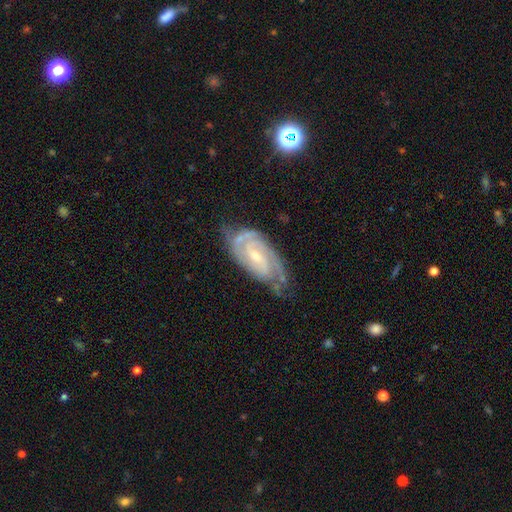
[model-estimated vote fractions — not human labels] Smooth or featured: featured or disk — 87% (smooth — 7%)
Edge-on disk: no — 96% (yes — 4%)
Bar: no — 45% (weak — 43%)
Spiral arms: yes — 97% (no — 3%)
Spiral winding: tight — 65% (medium — 30%)
Spiral arm count: 2 — 52% (3 — 18%)
Bulge size: small — 64% (moderate — 32%)
Merging: none — 67% (minor disturbance — 24%)